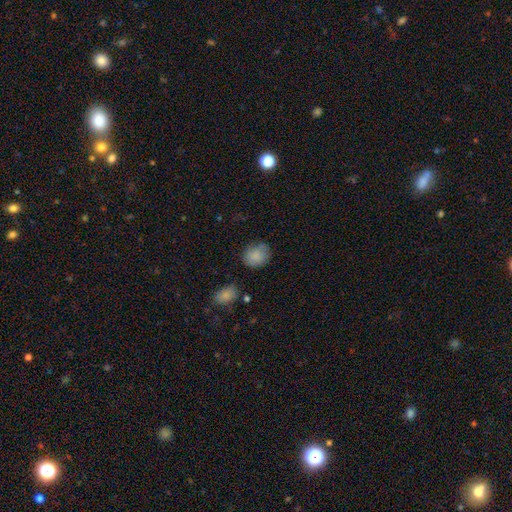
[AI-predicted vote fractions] Smooth or featured: smooth — 85% (star or artifact — 8%)
How rounded: round — 65% (in between — 34%)
Merging: none — 70% (minor disturbance — 21%)